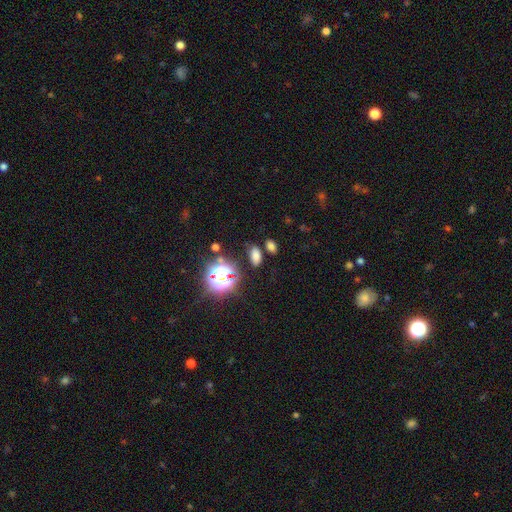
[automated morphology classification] Q: Smooth or featured?
A: smooth (72%); runner-up: star or artifact (21%)
Q: How rounded?
A: in between (84%); runner-up: round (10%)
Q: Merging?
A: none (81%); runner-up: minor disturbance (10%)